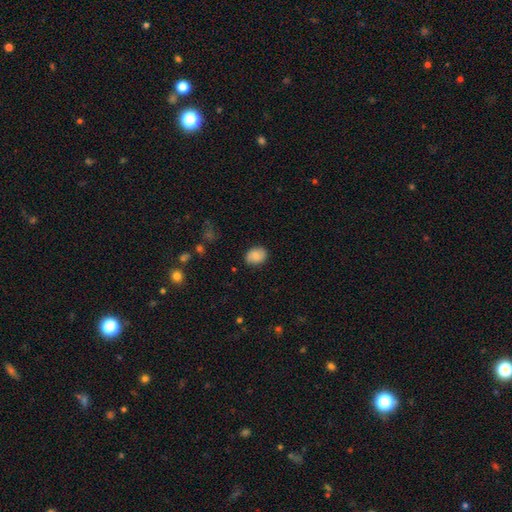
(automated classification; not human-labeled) Smooth or featured? Predicted: smooth (p=0.82). How rounded? Predicted: in between (p=0.64). Merging? Predicted: none (p=0.82).